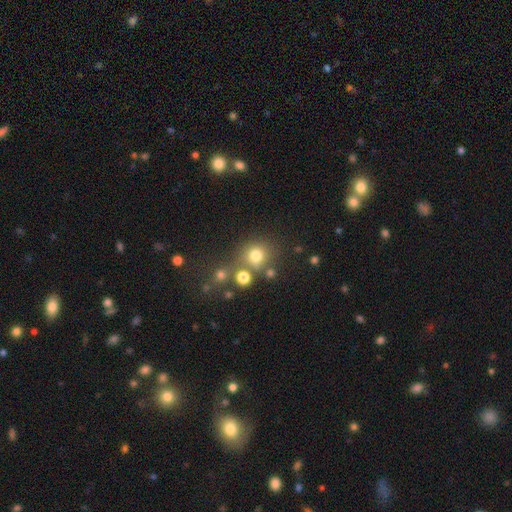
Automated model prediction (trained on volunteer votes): The model was most divided on "merging": none: 64%, merger: 18%, minor disturbance: 12%, major disturbance: 6%. More confident: how rounded — round (86%); smooth or featured — smooth (74%).